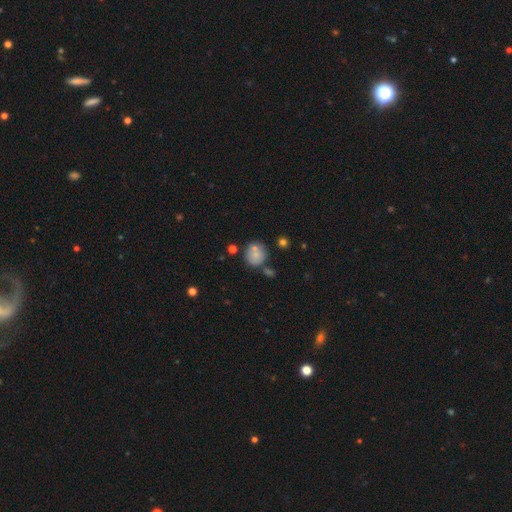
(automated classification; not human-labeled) smooth 74%, featured or disk 15%, star or artifact 11%. Down the decision tree: how rounded — round (82%); merging — none (60%).